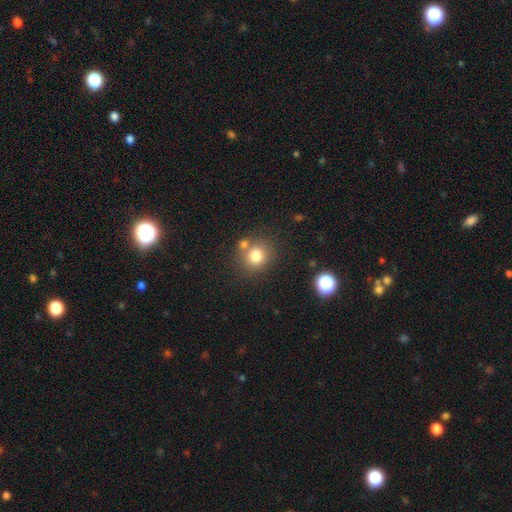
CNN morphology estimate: A smooth galaxy with no disk features (77%) that is round (83%).

Vote fractions:
- Smooth or featured? smooth: 77% / star or artifact: 13% / featured or disk: 10%
- How rounded? round: 83% / in between: 16% / cigar-shaped: 1%
- Merging? none: 67% / merger: 19% / minor disturbance: 10% / major disturbance: 4%